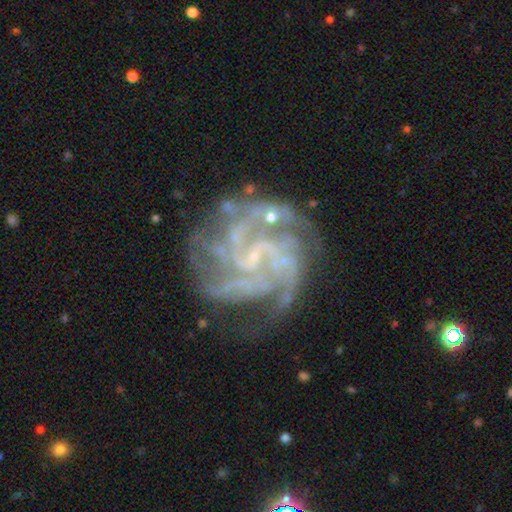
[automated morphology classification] Q: Smooth or featured?
A: featured or disk (88%); runner-up: star or artifact (7%)
Q: Edge-on disk?
A: no (98%); runner-up: yes (2%)
Q: Bar?
A: no (44%); runner-up: weak (43%)
Q: Spiral arms?
A: yes (96%); runner-up: no (4%)
Q: Spiral winding?
A: tight (50%); runner-up: medium (40%)
Q: Spiral arm count?
A: 4 (30%); runner-up: 3 (23%)
Q: Bulge size?
A: small (60%); runner-up: none (31%)
Q: Merging?
A: none (62%); runner-up: minor disturbance (19%)